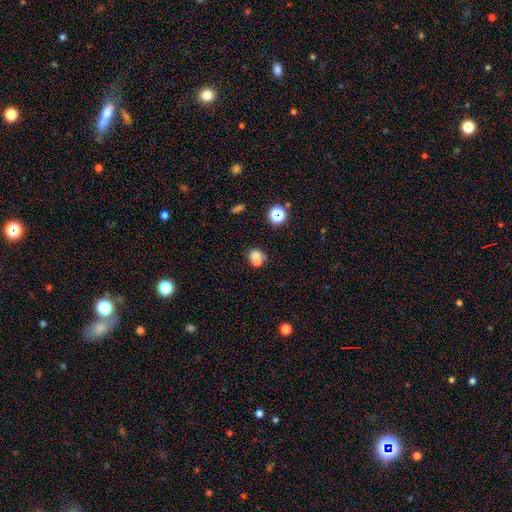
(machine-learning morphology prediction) The model was most divided on "merging": merger: 55%, none: 32%, minor disturbance: 8%, major disturbance: 4%. More confident: smooth or featured — smooth (65%); how rounded — round (64%).